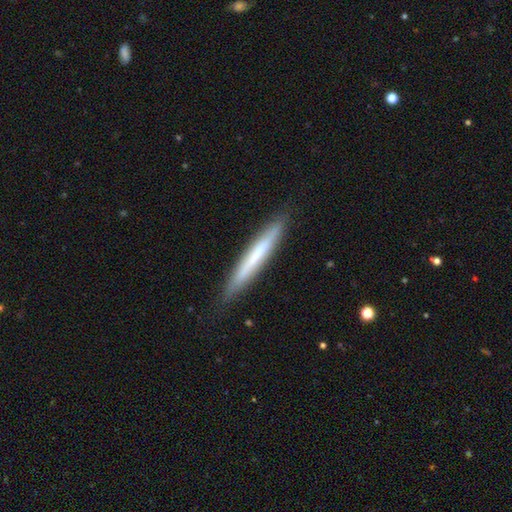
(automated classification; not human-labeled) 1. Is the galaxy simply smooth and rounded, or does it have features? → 55% smooth, 39% featured or disk, 6% star or artifact.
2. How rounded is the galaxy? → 96% cigar-shaped, 3% in between, 1% round.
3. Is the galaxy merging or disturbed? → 89% none, 9% minor disturbance, 2% major disturbance, 1% merger.